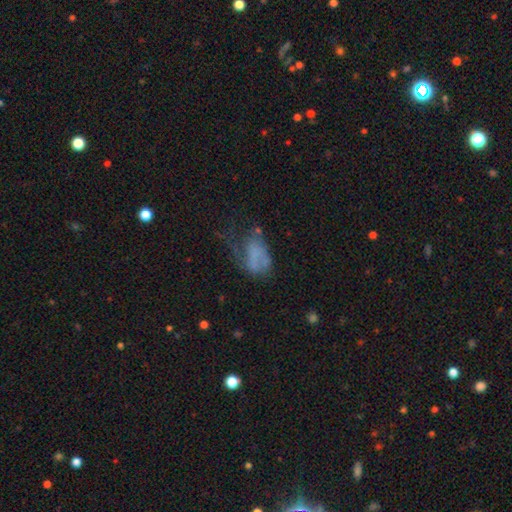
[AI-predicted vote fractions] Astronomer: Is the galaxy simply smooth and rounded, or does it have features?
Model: smooth — 50% (runner-up: featured or disk, 36%).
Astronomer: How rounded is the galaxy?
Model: in between — 85%.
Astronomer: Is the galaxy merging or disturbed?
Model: major disturbance — 47% (runner-up: none, 23%).